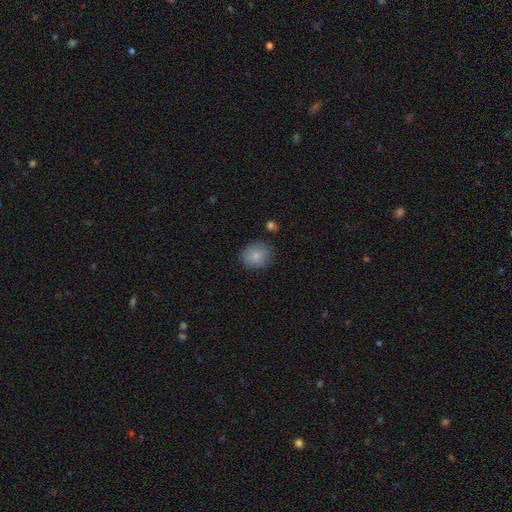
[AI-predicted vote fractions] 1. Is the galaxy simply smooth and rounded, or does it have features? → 84% smooth, 8% star or artifact, 8% featured or disk.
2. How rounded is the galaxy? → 78% round, 21% in between, 1% cigar-shaped.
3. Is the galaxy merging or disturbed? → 81% none, 13% minor disturbance, 3% major disturbance, 3% merger.